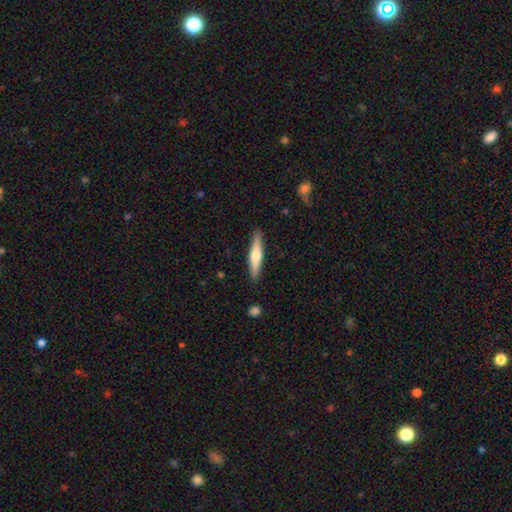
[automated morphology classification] Smooth or featured? smooth (49%)
Merging? none (89%)